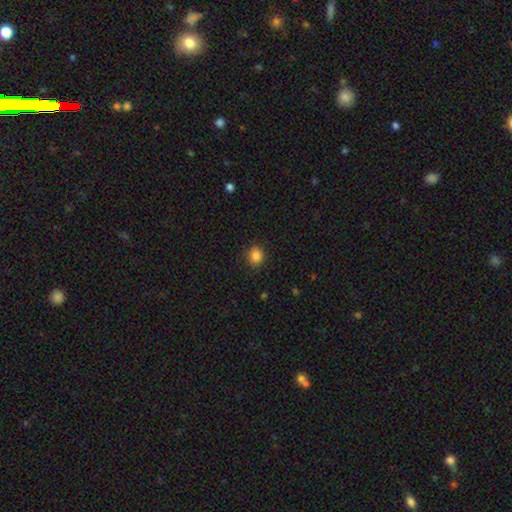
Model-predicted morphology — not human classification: This is clearly a smooth galaxy (86%). How rounded: likely round (72%). Merging: clearly none (87%).